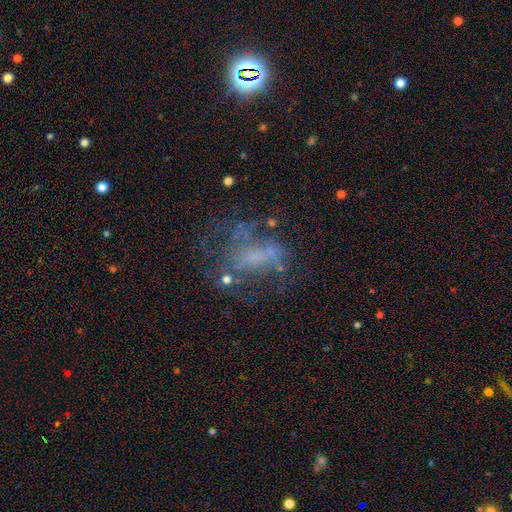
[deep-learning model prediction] This is possibly a featured or disk galaxy (51%). It is clearly not viewed edge-on (96%). Merging: marginally none (42%).